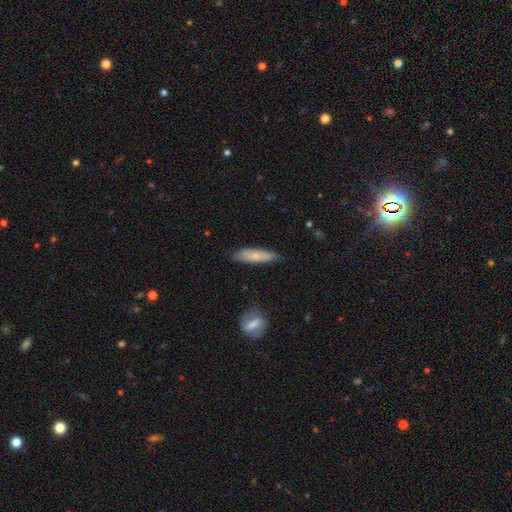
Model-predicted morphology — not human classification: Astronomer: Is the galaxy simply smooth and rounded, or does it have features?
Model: smooth — 72%.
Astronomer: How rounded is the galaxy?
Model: cigar-shaped — 71%.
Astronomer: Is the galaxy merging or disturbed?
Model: none — 81%.